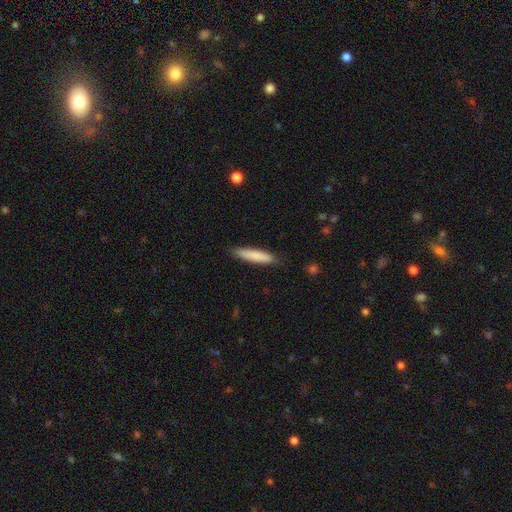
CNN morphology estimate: smooth 82%, featured or disk 12%, star or artifact 6%. Down the decision tree: how rounded — cigar-shaped (86%); merging — none (86%).